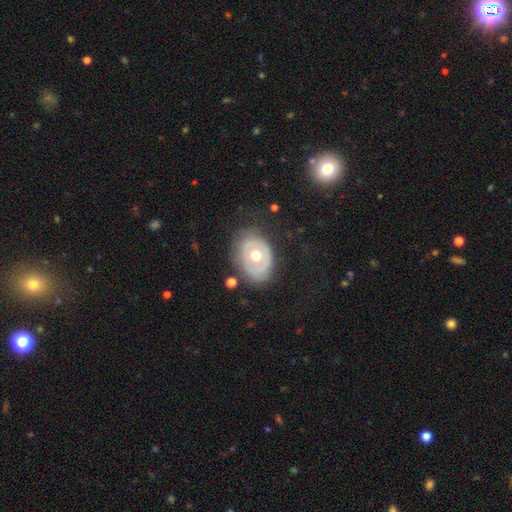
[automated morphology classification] This is possibly a featured or disk galaxy (52%). It is clearly not viewed edge-on (94%). Merging: likely none (68%).